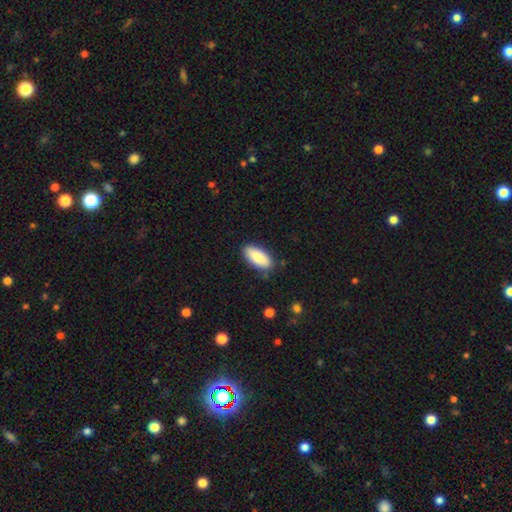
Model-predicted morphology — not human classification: type=smooth (88%); roundness=in between (89%); merging=none (86%).